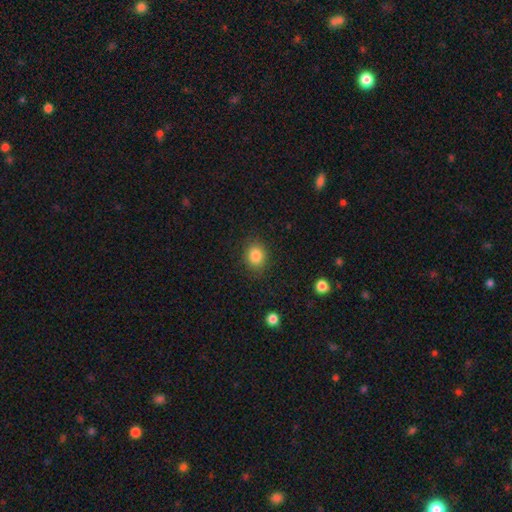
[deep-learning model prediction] smooth-or-featured: smooth: 85% | star or artifact: 10% | featured or disk: 5%
  how-rounded: round: 61% | in between: 38% | cigar-shaped: 1%
  merging: none: 86% | minor disturbance: 10% | major disturbance: 3% | merger: 1%